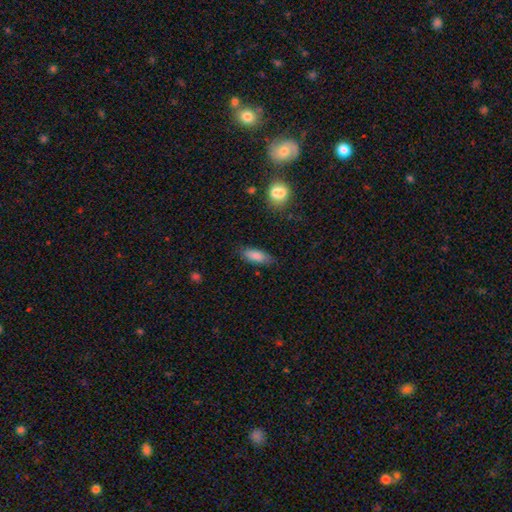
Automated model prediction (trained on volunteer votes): This is clearly a smooth galaxy (84%). How rounded: likely in between (70%). Merging: likely none (79%).